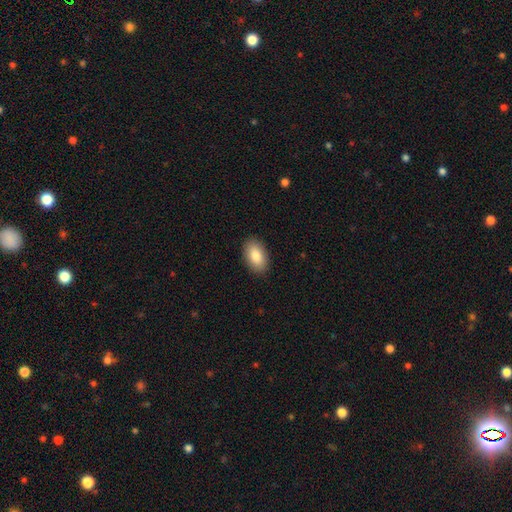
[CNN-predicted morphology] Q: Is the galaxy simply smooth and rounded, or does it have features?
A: smooth — 85%.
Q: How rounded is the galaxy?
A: in between — 93%.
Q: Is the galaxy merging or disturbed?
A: none — 89%.